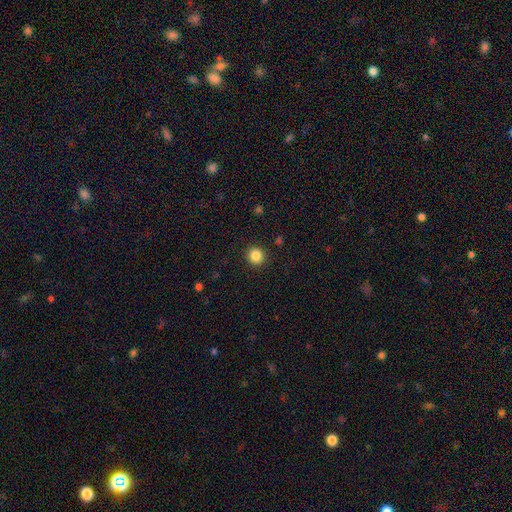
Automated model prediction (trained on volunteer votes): This is clearly a smooth galaxy (86%). How rounded: clearly round (90%). Merging: clearly none (91%).